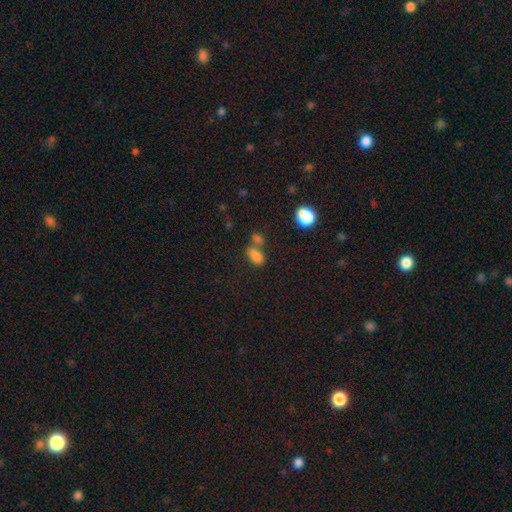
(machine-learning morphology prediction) A smooth galaxy with no disk features (80%) that is in between round and cigar-shaped (87%).

Vote fractions:
- Smooth or featured? smooth: 80% / star or artifact: 13% / featured or disk: 7%
- How rounded? in between: 87% / round: 10% / cigar-shaped: 3%
- Merging? none: 42% / merger: 41% / minor disturbance: 11% / major disturbance: 5%